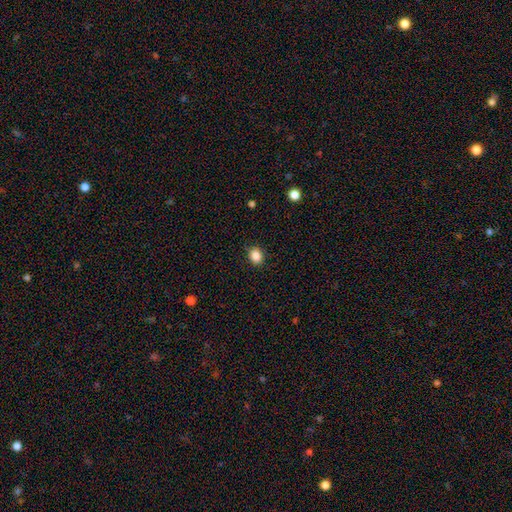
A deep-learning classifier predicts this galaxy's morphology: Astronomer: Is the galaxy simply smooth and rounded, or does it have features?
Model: smooth — 87%.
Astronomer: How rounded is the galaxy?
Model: round — 54% (runner-up: in between, 45%).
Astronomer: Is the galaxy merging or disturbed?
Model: none — 87%.